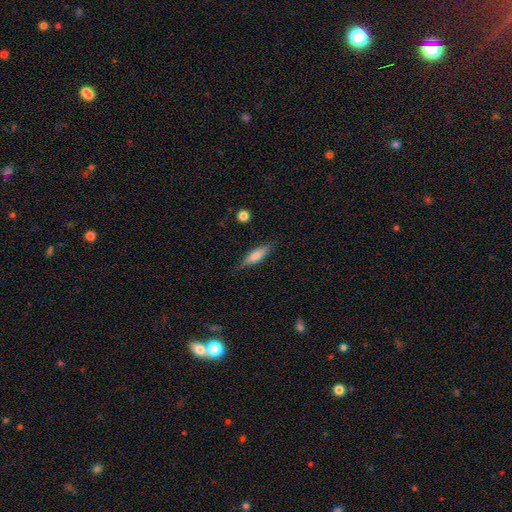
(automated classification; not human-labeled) Q: Smooth or featured?
A: smooth (68%); runner-up: featured or disk (25%)
Q: How rounded?
A: cigar-shaped (52%); runner-up: in between (45%)
Q: Merging?
A: none (76%); runner-up: minor disturbance (18%)